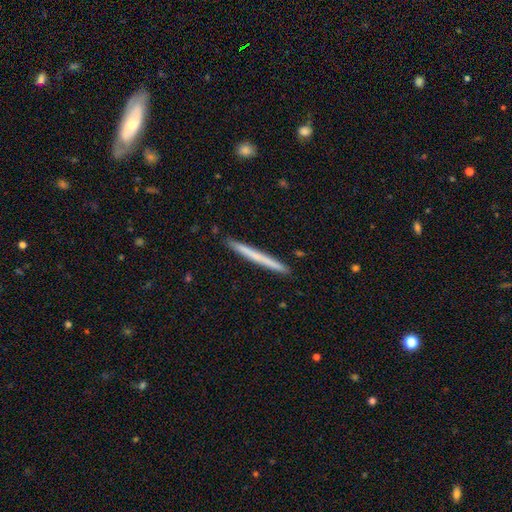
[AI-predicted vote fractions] Overall: smooth (57%; featured or disk 37%). How rounded: cigar-shaped (97%). Merging: none (92%).